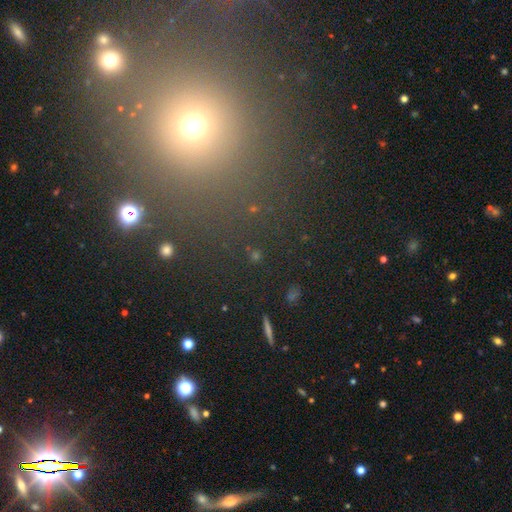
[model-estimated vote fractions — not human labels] A star or artifact, not a galaxy (47%).